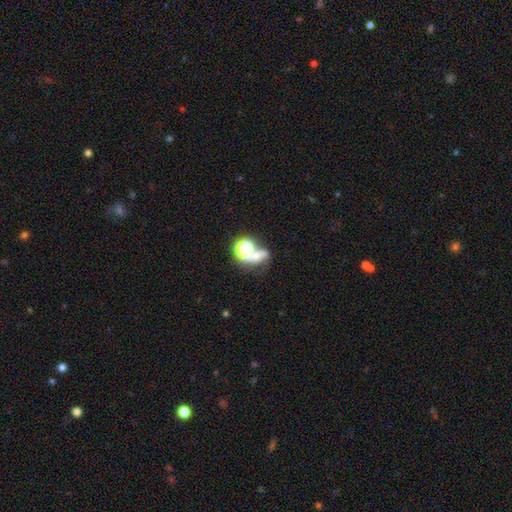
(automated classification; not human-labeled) Smooth or featured?
  - smooth: 45% *
  - star or artifact: 35%
  - featured or disk: 19%
Merging?
  - merger: 44% *
  - none: 34%
  - major disturbance: 13%
  - minor disturbance: 10%